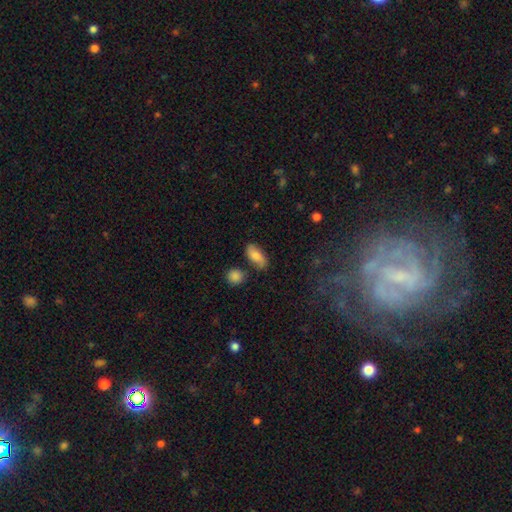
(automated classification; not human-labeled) The model was most divided on "merging": none: 73%, minor disturbance: 17%, merger: 6%, major disturbance: 4%. More confident: how rounded — in between (86%); smooth or featured — smooth (74%).